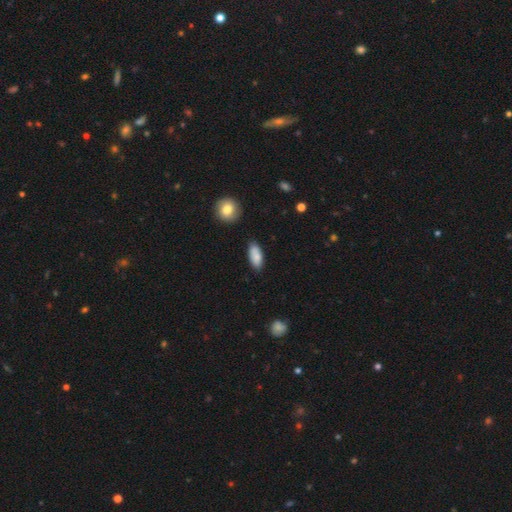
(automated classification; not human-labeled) smooth 85%, featured or disk 8%, star or artifact 6%. Down the decision tree: how rounded — in between (84%); merging — none (83%).